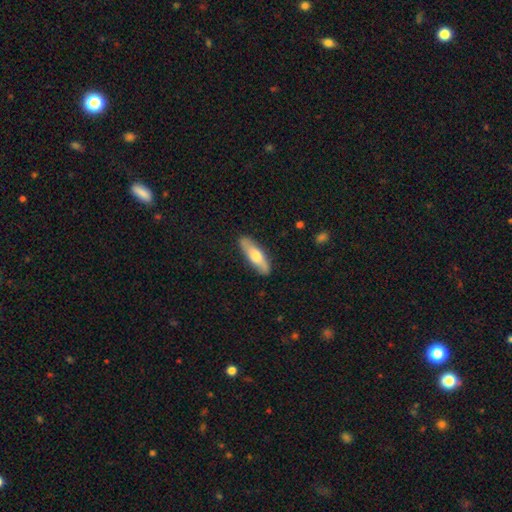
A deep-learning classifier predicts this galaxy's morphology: smooth-or-featured: smooth: 59% | featured or disk: 36% | star or artifact: 5%
  how-rounded: cigar-shaped: 62% | in between: 36% | round: 2%
  merging: none: 88% | minor disturbance: 9% | major disturbance: 2% | merger: 1%